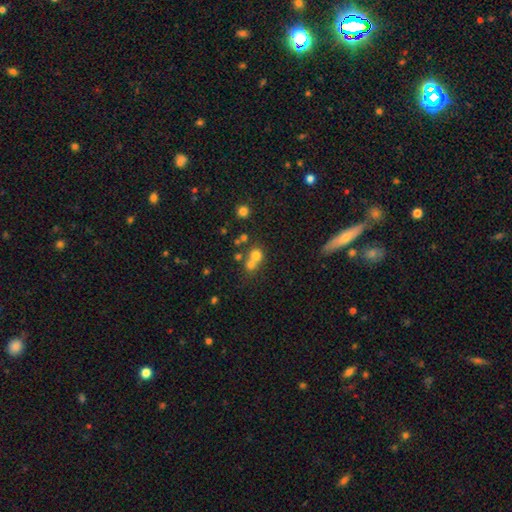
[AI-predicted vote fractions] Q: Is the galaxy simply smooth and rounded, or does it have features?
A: smooth — 71%.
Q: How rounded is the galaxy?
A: round — 86%.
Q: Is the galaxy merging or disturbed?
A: merger — 53%.